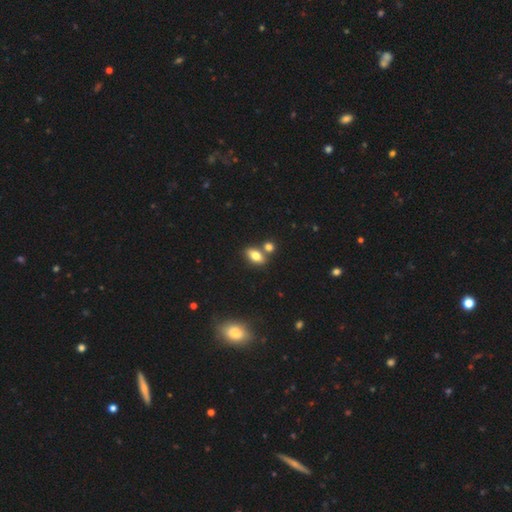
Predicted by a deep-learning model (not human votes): Smooth or featured: smooth — 76% (featured or disk — 14%)
How rounded: in between — 84% (round — 10%)
Merging: none — 62% (merger — 25%)